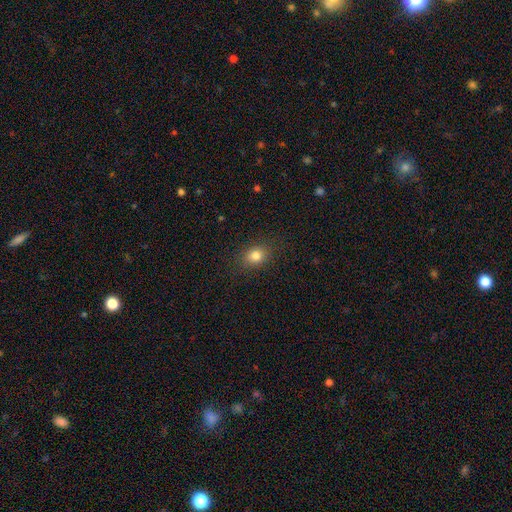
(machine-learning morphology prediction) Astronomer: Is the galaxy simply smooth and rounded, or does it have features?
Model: smooth — 81%.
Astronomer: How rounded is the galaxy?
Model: in between — 53% (runner-up: round, 46%).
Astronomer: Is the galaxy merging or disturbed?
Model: none — 86%.